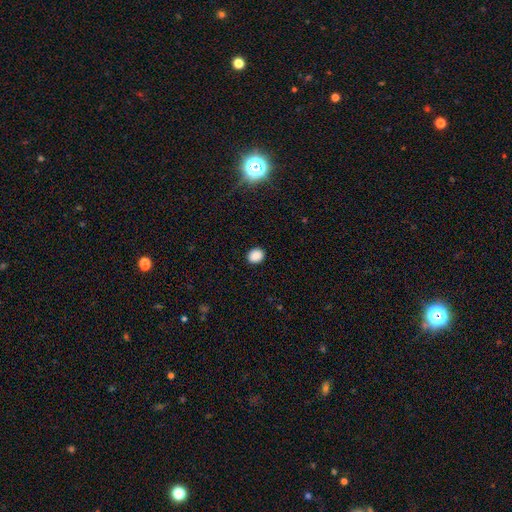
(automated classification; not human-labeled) smooth-or-featured: smooth: 88% | star or artifact: 10% | featured or disk: 2%
  how-rounded: round: 66% | in between: 33% | cigar-shaped: 1%
  merging: none: 91% | minor disturbance: 6% | major disturbance: 2% | merger: 1%